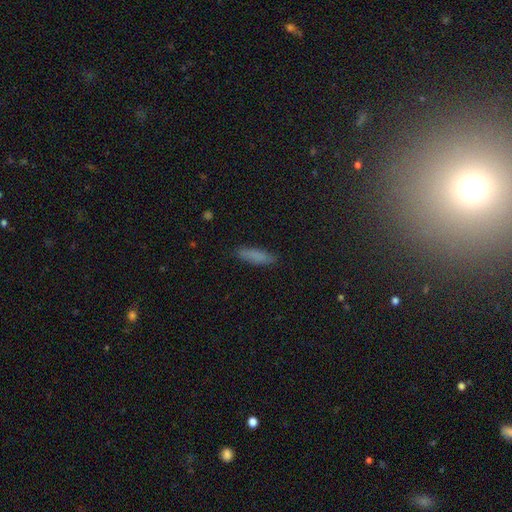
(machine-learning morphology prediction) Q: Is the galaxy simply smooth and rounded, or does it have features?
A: smooth — 82%.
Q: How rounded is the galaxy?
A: cigar-shaped — 64%.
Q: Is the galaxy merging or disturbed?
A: none — 85%.